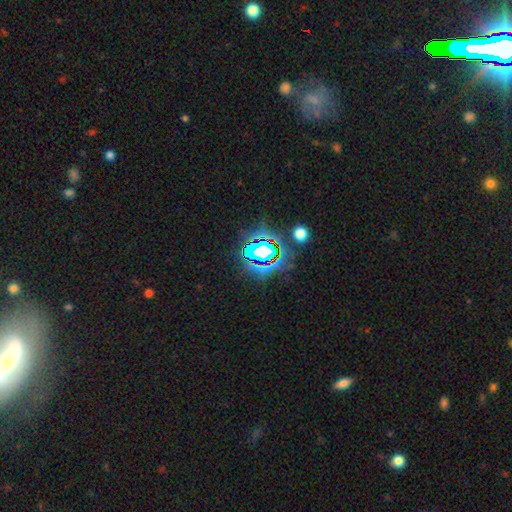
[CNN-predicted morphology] Smooth or featured? Predicted: star or artifact (p=0.70).